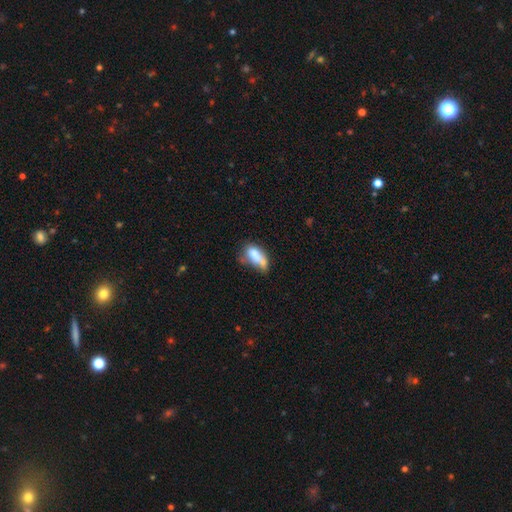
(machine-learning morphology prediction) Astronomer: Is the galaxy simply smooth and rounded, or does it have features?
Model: smooth — 71%.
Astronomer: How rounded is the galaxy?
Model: in between — 85%.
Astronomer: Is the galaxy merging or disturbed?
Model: merger — 36% (runner-up: none, 26%).